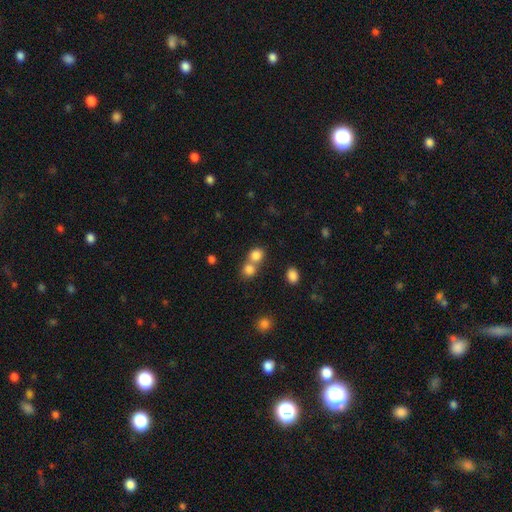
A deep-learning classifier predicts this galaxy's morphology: type=smooth (81%); roundness=round (77%); merging=merger (52%).